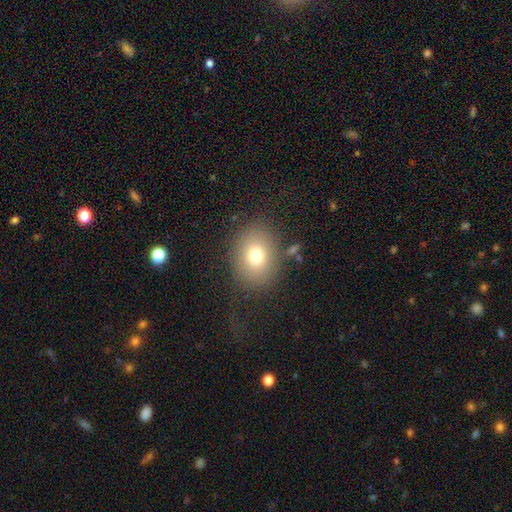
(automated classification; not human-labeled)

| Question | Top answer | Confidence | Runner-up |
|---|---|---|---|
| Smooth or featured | smooth | 74% | featured or disk (14%) |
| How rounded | in between | 51% | round (48%) |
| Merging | none | 78% | minor disturbance (12%) |